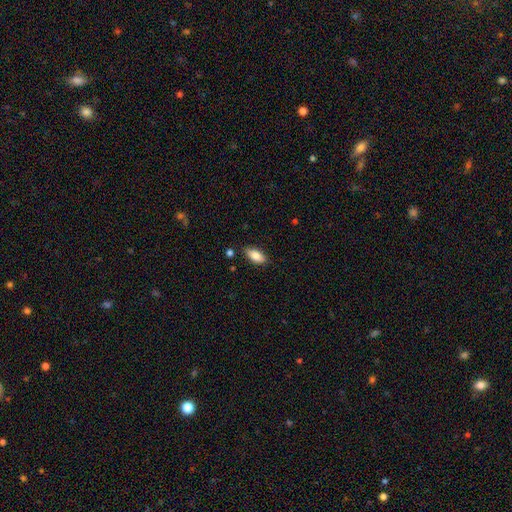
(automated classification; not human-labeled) The model was most divided on "smooth or featured": smooth: 81%, featured or disk: 12%, star or artifact: 7%. More confident: how rounded — in between (87%); merging — none (84%).